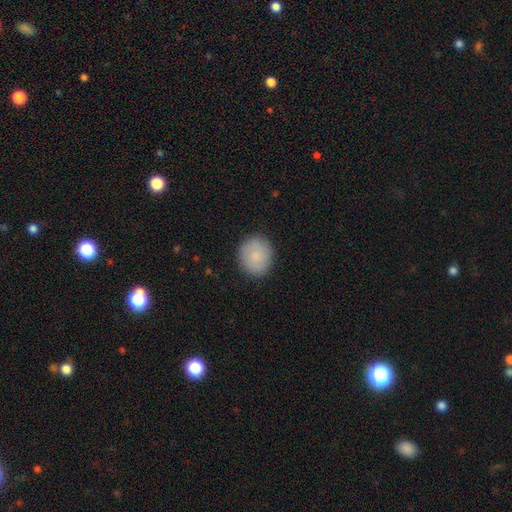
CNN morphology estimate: This is clearly a smooth galaxy (85%). How rounded: likely round (74%). Merging: clearly none (87%).